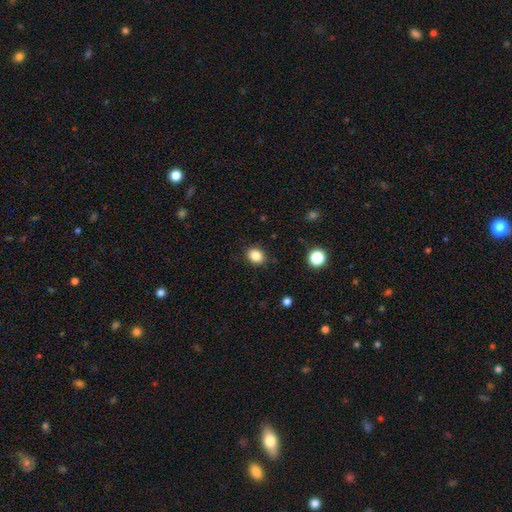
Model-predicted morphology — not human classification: Smooth or featured? Predicted: smooth (p=0.85). How rounded? Predicted: round (p=0.59). Merging? Predicted: none (p=0.88).